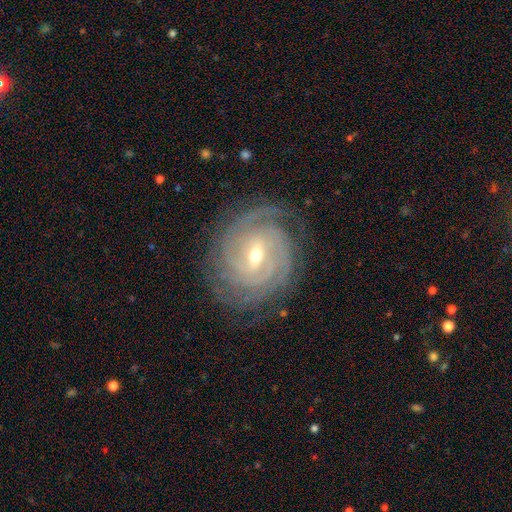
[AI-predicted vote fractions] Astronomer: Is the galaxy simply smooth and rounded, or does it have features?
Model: featured or disk — 89%.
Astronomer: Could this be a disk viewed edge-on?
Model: no — 96%.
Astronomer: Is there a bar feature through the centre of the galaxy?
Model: weak — 50% (runner-up: strong, 32%).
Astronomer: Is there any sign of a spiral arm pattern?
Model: yes — 98%.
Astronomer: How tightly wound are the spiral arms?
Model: tight — 81%.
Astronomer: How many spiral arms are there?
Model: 3 — 25% (runner-up: can't tell, 22%).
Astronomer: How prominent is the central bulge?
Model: moderate — 53% (runner-up: small, 44%).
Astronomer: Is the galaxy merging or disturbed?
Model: none — 82%.